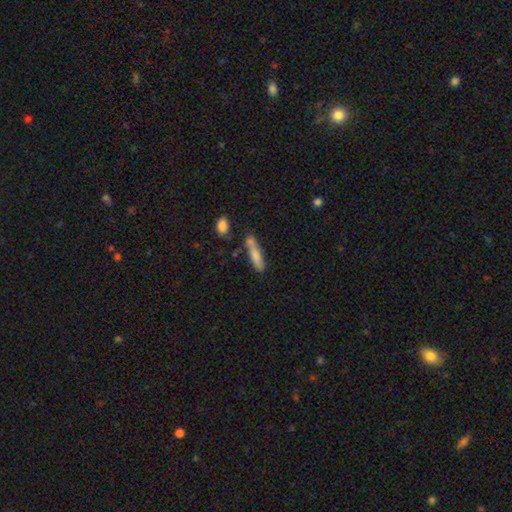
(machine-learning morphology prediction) Smooth or featured? Predicted: smooth (p=0.75). How rounded? Predicted: cigar-shaped (p=0.79). Merging? Predicted: none (p=0.64).